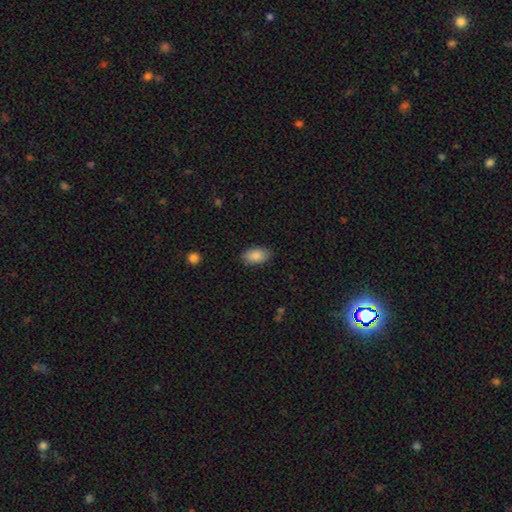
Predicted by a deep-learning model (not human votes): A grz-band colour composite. It shows a smooth galaxy with no disk features (88%) that is in between round and cigar-shaped (93%). Merging: none (86%).